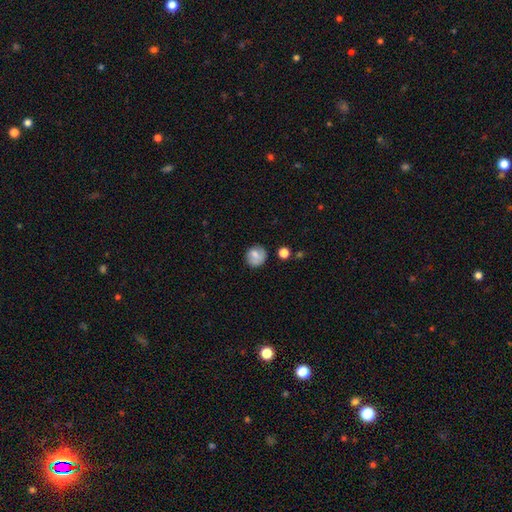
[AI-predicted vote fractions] Smooth or featured? smooth (71%)
How rounded? round (84%)
Merging? none (71%)